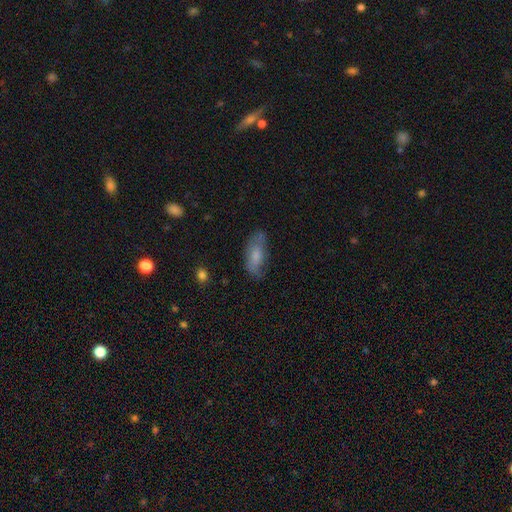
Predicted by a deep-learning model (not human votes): This is likely a smooth galaxy (65%). How rounded: likely in between (76%). Merging: likely none (63%).